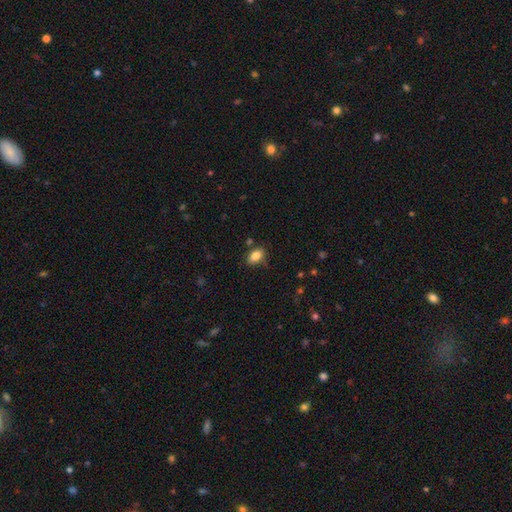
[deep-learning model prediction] Smooth or featured? Predicted: smooth (p=0.85). How rounded? Predicted: in between (p=0.86). Merging? Predicted: none (p=0.78).